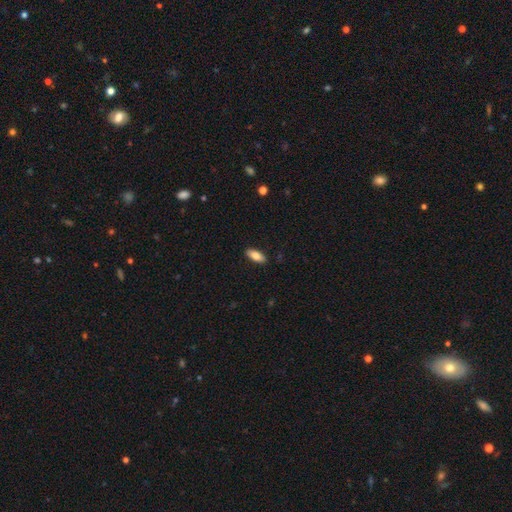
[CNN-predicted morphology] A smooth galaxy with no disk features (79%) that is in between round and cigar-shaped (78%).

Vote fractions:
- Smooth or featured? smooth: 79% / featured or disk: 14% / star or artifact: 6%
- How rounded? in between: 78% / cigar-shaped: 20% / round: 2%
- Merging? none: 89% / minor disturbance: 9% / major disturbance: 2% / merger: 1%